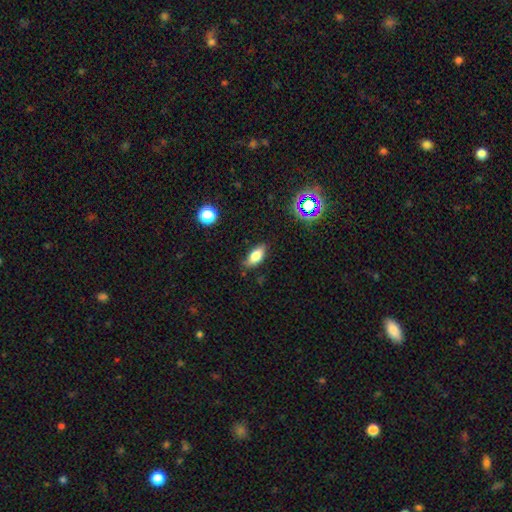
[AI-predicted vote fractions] The model was most divided on "merging": none: 77%, minor disturbance: 18%, major disturbance: 3%, merger: 2%. More confident: how rounded — in between (86%); smooth or featured — smooth (78%).